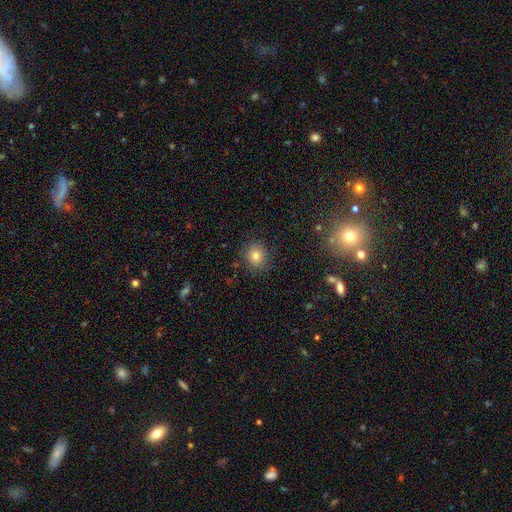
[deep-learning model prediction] Overall: smooth (79%). How rounded: round (75%). Merging: none (86%).